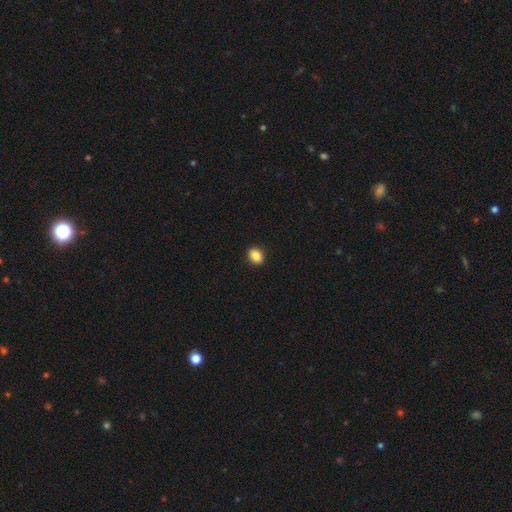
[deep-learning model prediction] Smooth or featured?
  - smooth: 88% *
  - star or artifact: 9%
  - featured or disk: 4%
How rounded?
  - in between: 57% *
  - round: 42%
  - cigar-shaped: 1%
Merging?
  - none: 91% *
  - minor disturbance: 6%
  - major disturbance: 2%
  - merger: 1%